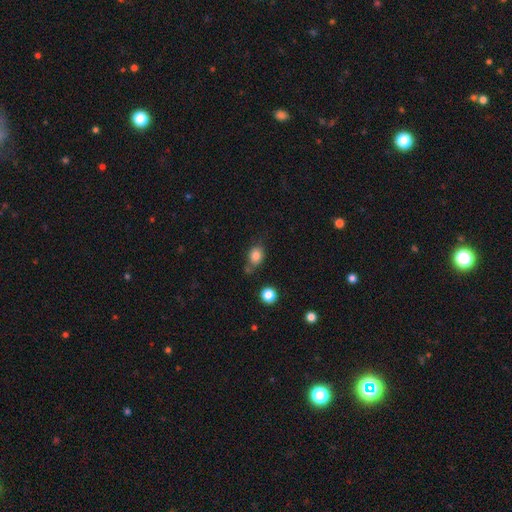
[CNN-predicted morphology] Smooth or featured: smooth — 83% (star or artifact — 10%)
How rounded: in between — 57% (round — 41%)
Merging: none — 59% (minor disturbance — 21%)